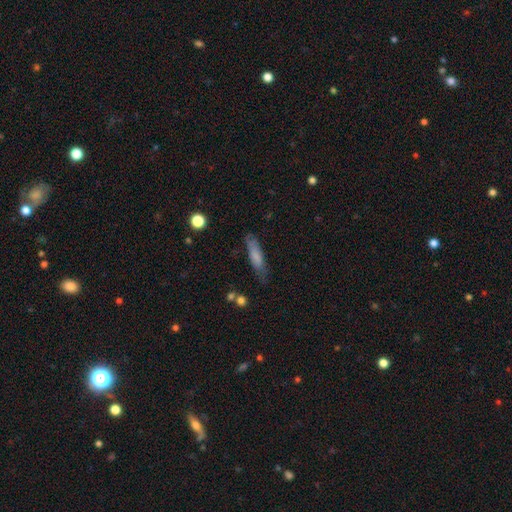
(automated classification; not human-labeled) This is likely a smooth galaxy (73%). How rounded: likely cigar-shaped (72%). Merging: likely none (72%).